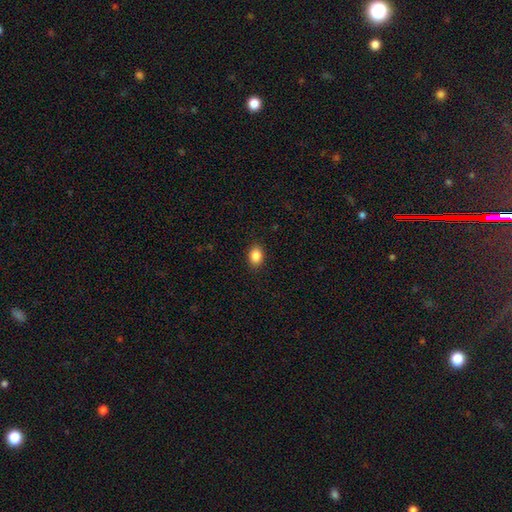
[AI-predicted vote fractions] This appears to be a smooth galaxy with no disk features (86%) that is in between round and cigar-shaped (73%). Merging: none (90%).